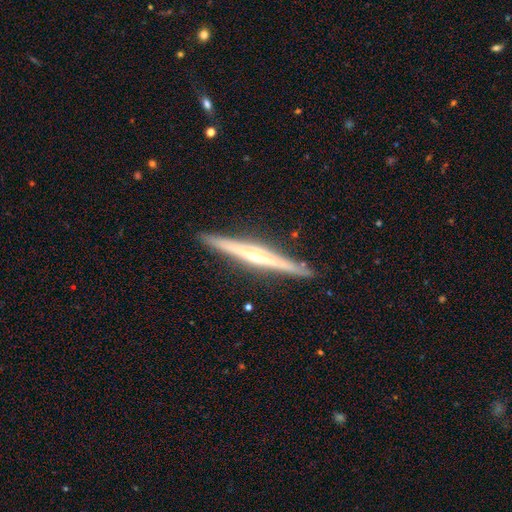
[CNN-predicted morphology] Overall: featured or disk (80%). Edge-on disk: yes (98%). Edge-on bulge: rounded (76%). Merging: none (90%).